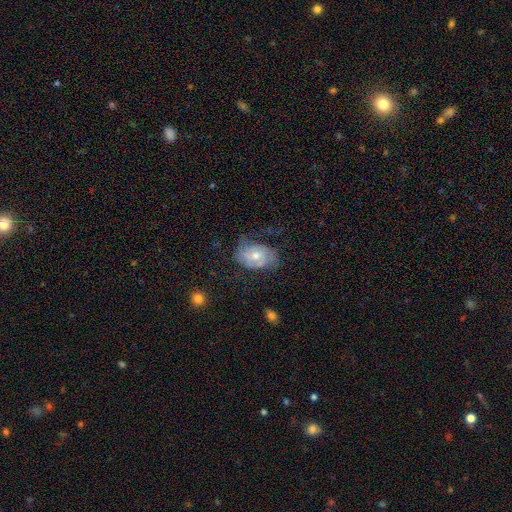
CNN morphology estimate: Smooth or featured?
  - featured or disk: 59% *
  - smooth: 33%
  - star or artifact: 7%
Edge-on disk?
  - no: 96% *
  - yes: 4%
Bar?
  - no: 74% *
  - weak: 22%
  - strong: 4%
Spiral arms?
  - yes: 77% *
  - no: 23%
Bulge size?
  - moderate: 60% *
  - small: 35%
  - large: 3%
  - none: 1%
  - dominant: 1%
Merging?
  - none: 52% *
  - minor disturbance: 30%
  - major disturbance: 16%
  - merger: 2%